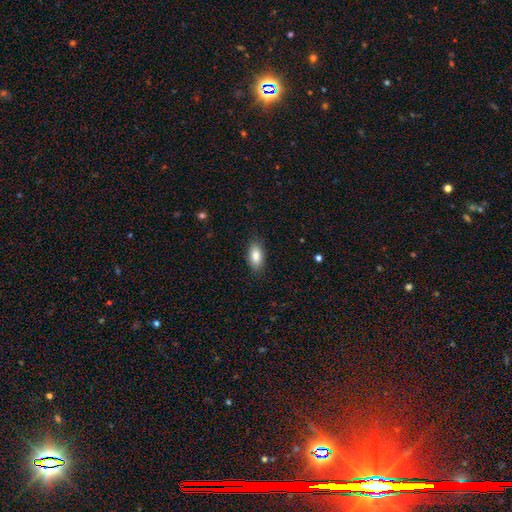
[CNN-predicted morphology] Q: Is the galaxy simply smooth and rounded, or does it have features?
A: smooth — 85%.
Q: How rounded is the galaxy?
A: in between — 90%.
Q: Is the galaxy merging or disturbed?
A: none — 87%.